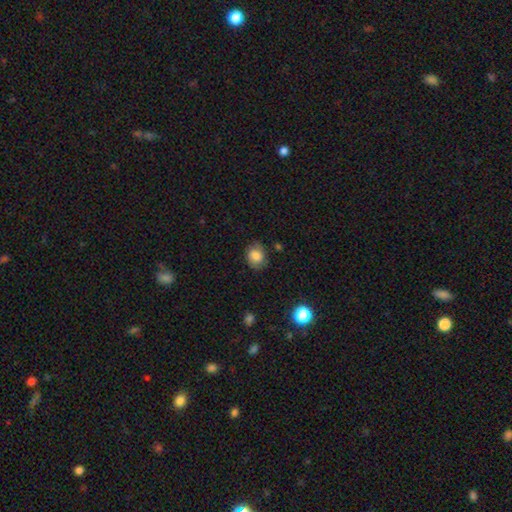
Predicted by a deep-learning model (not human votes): Q: Smooth or featured?
A: smooth (79%); runner-up: featured or disk (12%)
Q: How rounded?
A: round (53%); runner-up: in between (46%)
Q: Merging?
A: none (74%); runner-up: minor disturbance (19%)